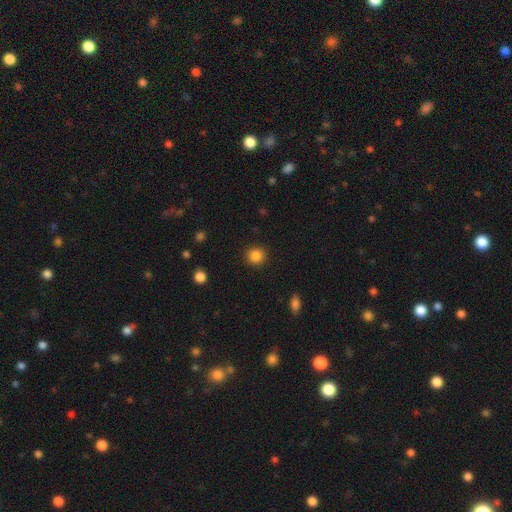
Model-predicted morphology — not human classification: This is clearly a smooth galaxy (86%). How rounded: clearly round (92%). Merging: clearly none (91%).